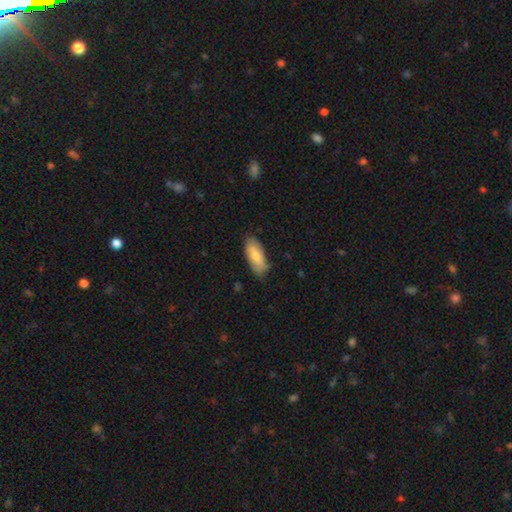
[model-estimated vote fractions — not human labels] The model was most divided on "merging": none: 73%, minor disturbance: 22%, major disturbance: 4%, merger: 1%. More confident: how rounded — in between (83%); smooth or featured — smooth (76%).